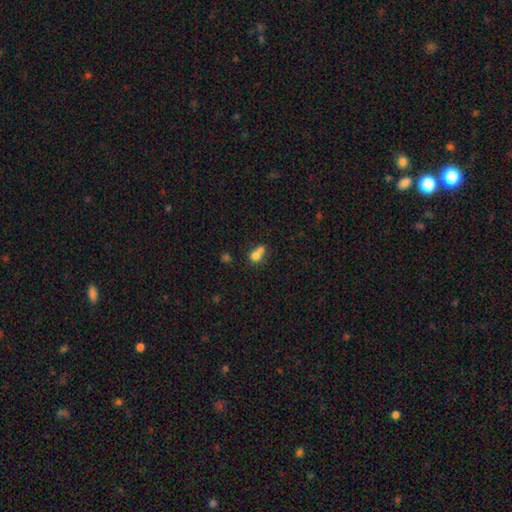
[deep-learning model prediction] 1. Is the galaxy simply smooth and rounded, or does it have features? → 73% smooth, 15% featured or disk, 12% star or artifact.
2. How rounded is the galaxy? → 63% round, 35% in between, 2% cigar-shaped.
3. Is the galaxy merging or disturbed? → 57% merger, 28% none, 10% minor disturbance, 5% major disturbance.